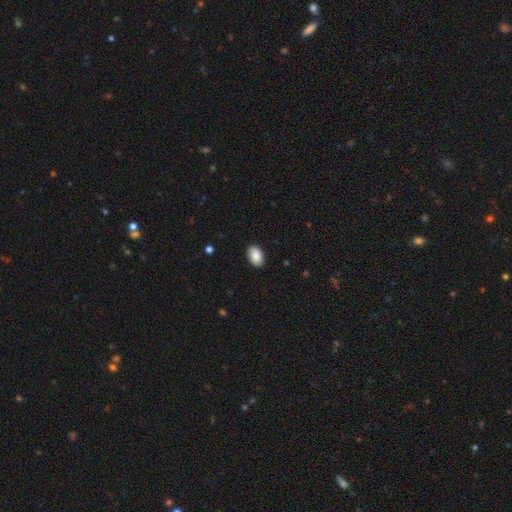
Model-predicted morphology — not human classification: This is clearly a smooth galaxy (88%). How rounded: clearly in between (90%). Merging: clearly none (89%).